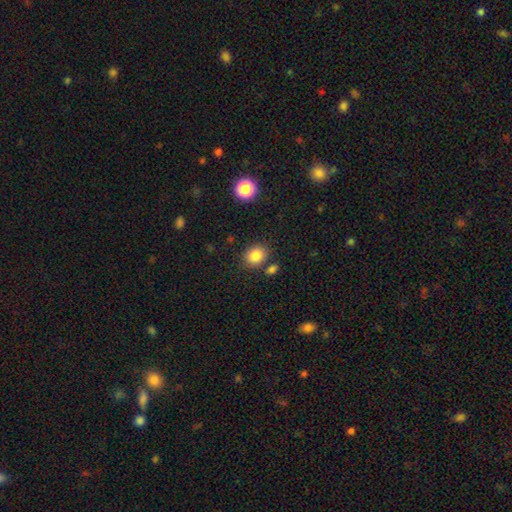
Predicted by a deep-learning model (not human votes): The model was most divided on "how rounded": round: 60%, in between: 39%, cigar-shaped: 1%. More confident: smooth or featured — smooth (84%); merging — none (78%).